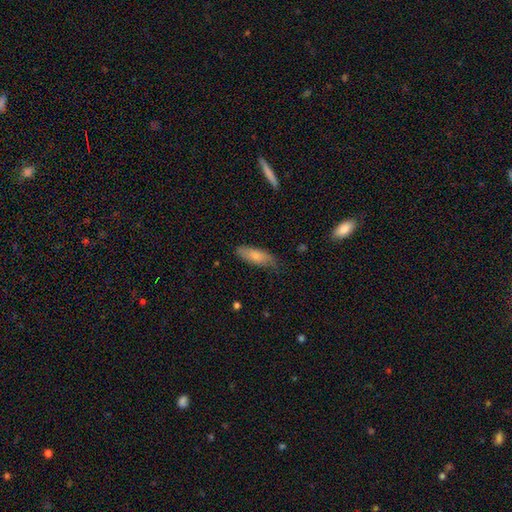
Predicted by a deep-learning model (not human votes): Smooth or featured: smooth — 77% (featured or disk — 17%)
How rounded: in between — 69% (cigar-shaped — 29%)
Merging: none — 67% (minor disturbance — 26%)